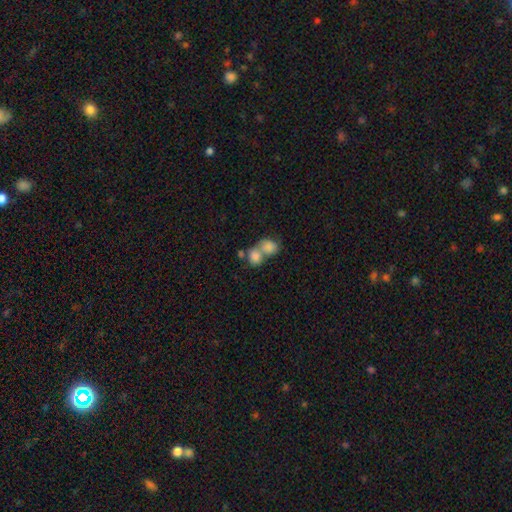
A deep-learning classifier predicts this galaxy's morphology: type=smooth (81%); roundness=round (58%); merging=merger (69%).